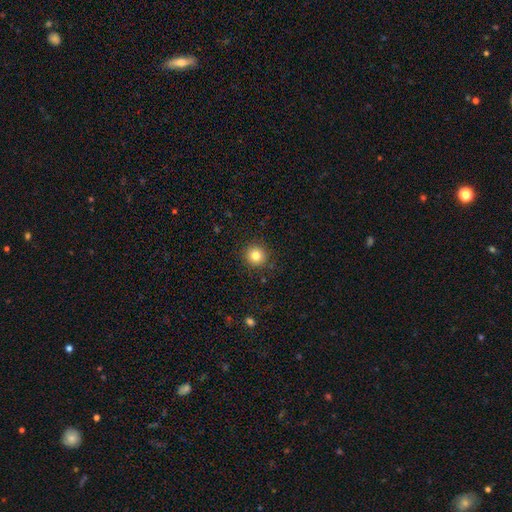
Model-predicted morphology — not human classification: Smooth or featured: smooth — 81% (star or artifact — 12%)
How rounded: round — 95% (in between — 4%)
Merging: none — 91% (minor disturbance — 6%)